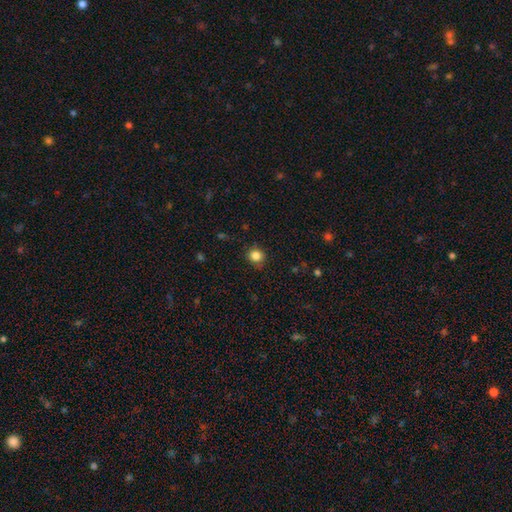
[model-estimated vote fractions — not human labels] Q: Smooth or featured?
A: smooth (84%); runner-up: star or artifact (11%)
Q: How rounded?
A: round (87%); runner-up: in between (12%)
Q: Merging?
A: none (84%); runner-up: minor disturbance (12%)